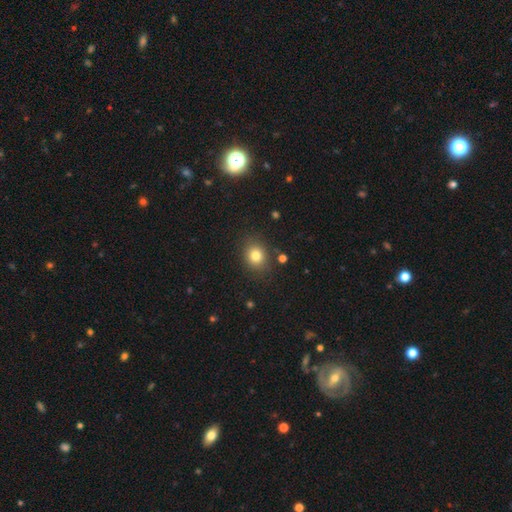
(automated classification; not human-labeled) This is clearly a smooth galaxy (81%). How rounded: likely round (65%). Merging: clearly none (84%).